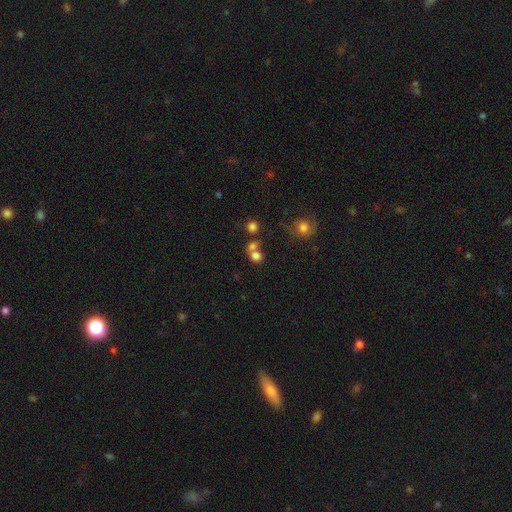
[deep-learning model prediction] This is likely a smooth galaxy (73%). How rounded: likely round (72%). Merging: possibly merger (47%).